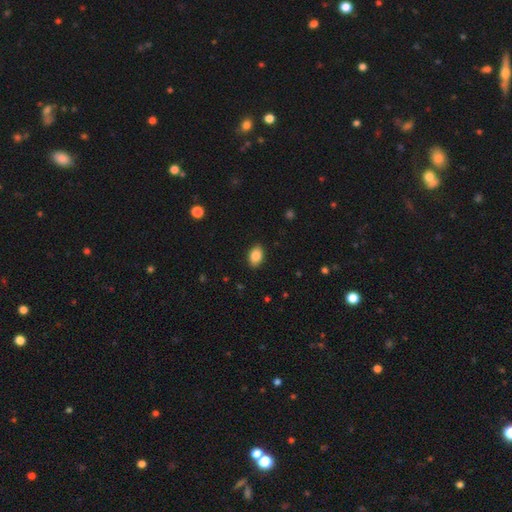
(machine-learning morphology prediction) A smooth galaxy with no disk features (87%) that is in between round and cigar-shaped (88%).

Vote fractions:
- Smooth or featured? smooth: 87% / star or artifact: 8% / featured or disk: 5%
- How rounded? in between: 88% / round: 11% / cigar-shaped: 1%
- Merging? none: 89% / minor disturbance: 8% / major disturbance: 2% / merger: 1%